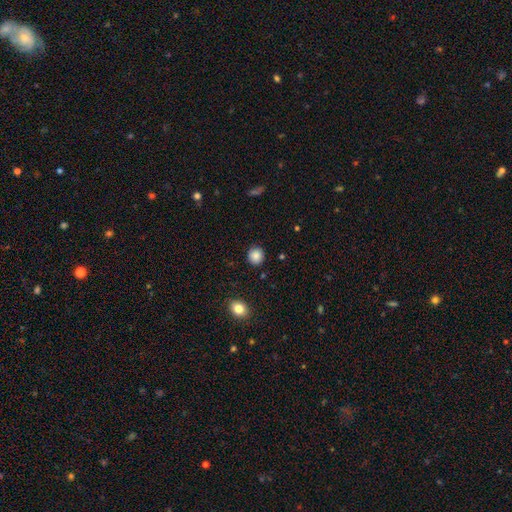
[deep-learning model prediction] Q: Smooth or featured?
A: smooth (87%); runner-up: star or artifact (9%)
Q: How rounded?
A: round (88%); runner-up: in between (11%)
Q: Merging?
A: none (90%); runner-up: minor disturbance (7%)